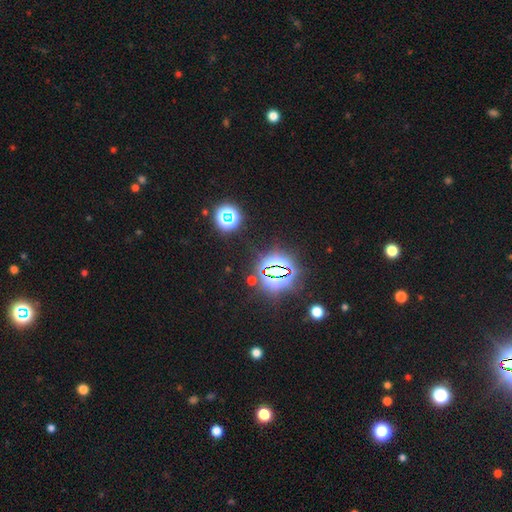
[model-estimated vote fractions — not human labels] Q: Smooth or featured?
A: star or artifact (83%); runner-up: smooth (10%)